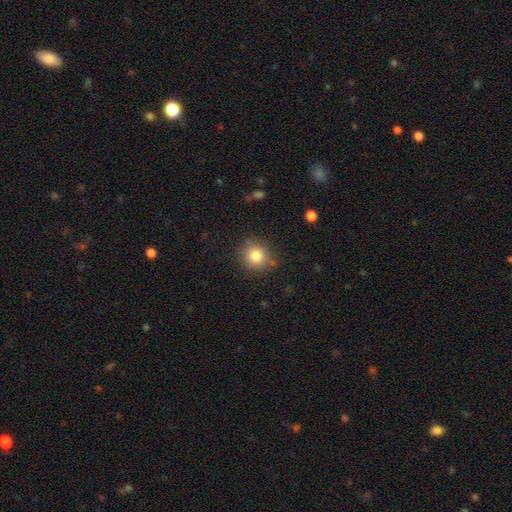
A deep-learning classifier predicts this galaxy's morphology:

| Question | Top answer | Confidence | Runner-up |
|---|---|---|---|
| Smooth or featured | smooth | 82% | star or artifact (11%) |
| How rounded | round | 89% | in between (10%) |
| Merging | none | 84% | minor disturbance (11%) |